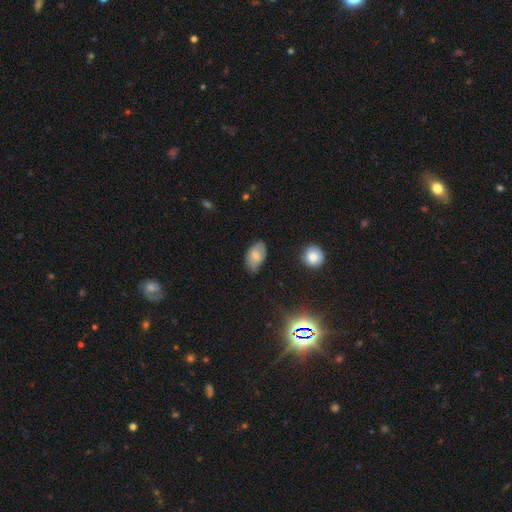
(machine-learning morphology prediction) smooth-or-featured: smooth: 71% | featured or disk: 20% | star or artifact: 8%
  how-rounded: in between: 92% | round: 6% | cigar-shaped: 2%
  merging: none: 68% | minor disturbance: 25% | major disturbance: 5% | merger: 2%